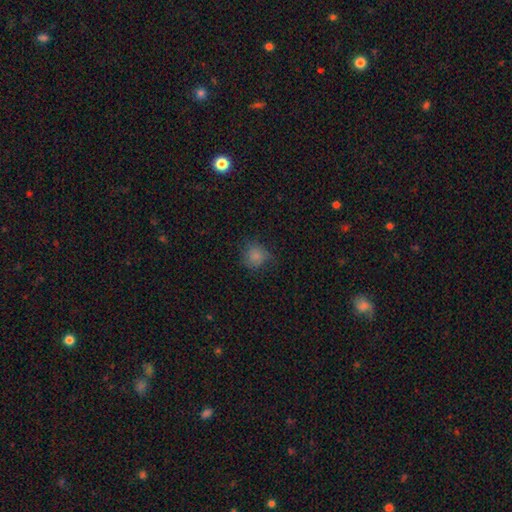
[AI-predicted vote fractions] This appears to be a smooth galaxy with no disk features (80%) that is round (84%). Merging: none (68%).